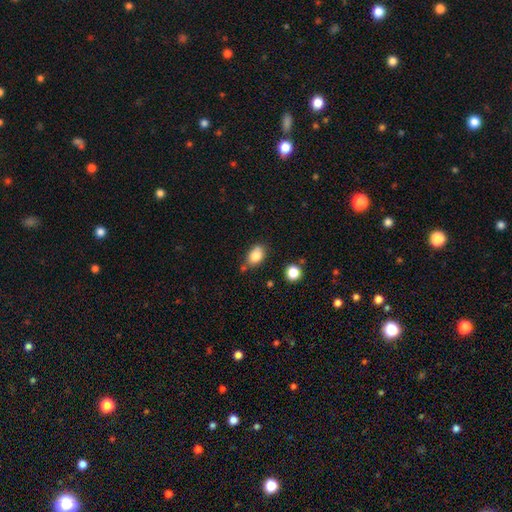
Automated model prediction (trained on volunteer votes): Overall: smooth (83%). How rounded: in between (79%). Merging: none (68%).